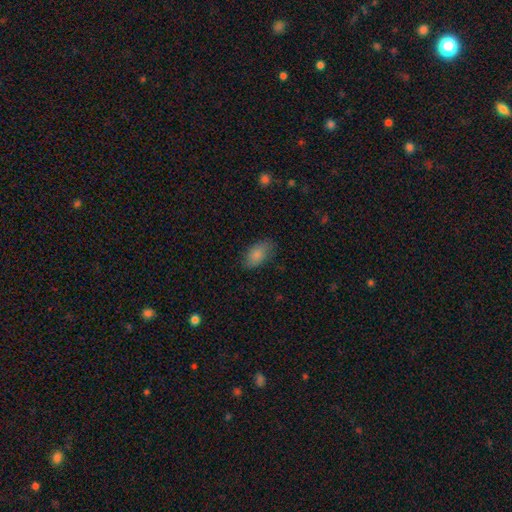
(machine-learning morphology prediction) This is clearly a smooth galaxy (82%). How rounded: clearly in between (91%). Merging: likely none (77%).